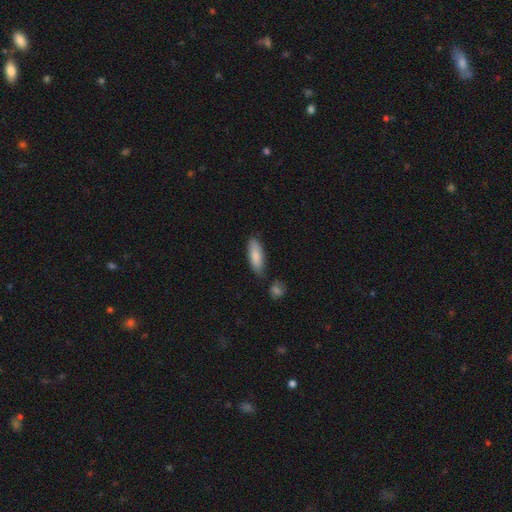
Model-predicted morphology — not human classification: Smooth or featured: smooth — 84% (featured or disk — 10%)
How rounded: in between — 58% (cigar-shaped — 40%)
Merging: none — 77% (minor disturbance — 14%)